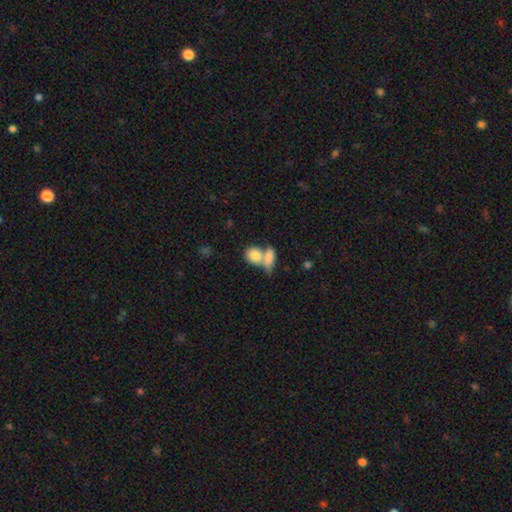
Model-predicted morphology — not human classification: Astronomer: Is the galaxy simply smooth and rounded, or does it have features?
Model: smooth — 80%.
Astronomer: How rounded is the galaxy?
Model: in between — 53% (runner-up: round, 42%).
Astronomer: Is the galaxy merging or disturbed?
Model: merger — 60%.